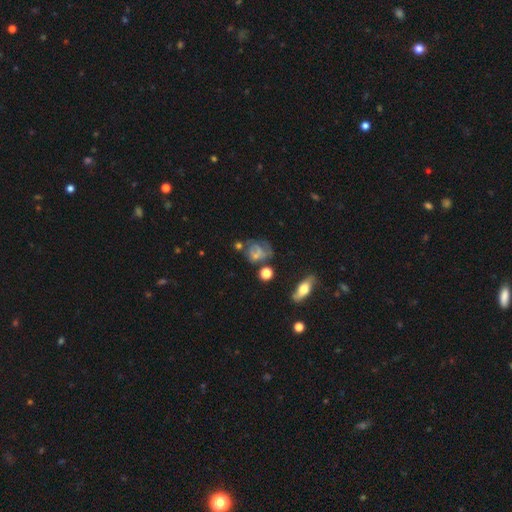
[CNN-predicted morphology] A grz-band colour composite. It shows a featured or disk galaxy (54%) with no bar (69%), spiral arms (69%) and a small central bulge (48%). Merging: none (56%).